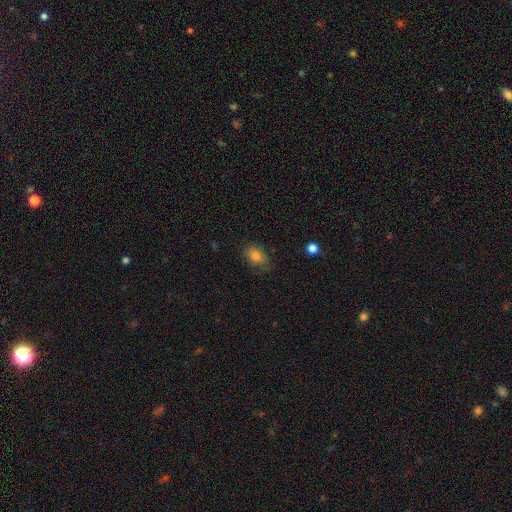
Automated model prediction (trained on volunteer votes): Smooth or featured: smooth — 81% (star or artifact — 10%)
How rounded: in between — 77% (round — 22%)
Merging: none — 76% (minor disturbance — 19%)